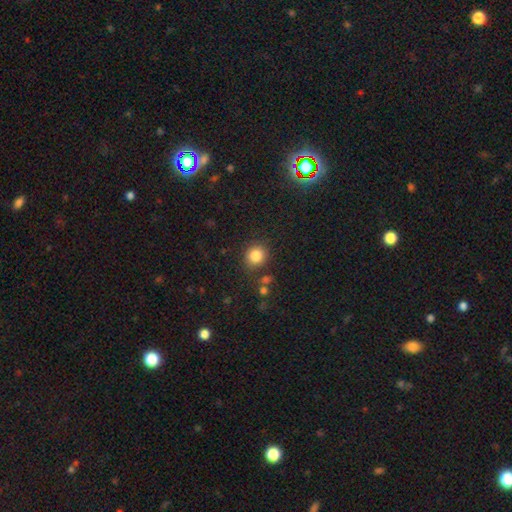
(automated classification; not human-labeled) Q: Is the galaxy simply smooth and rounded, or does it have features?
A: smooth — 84%.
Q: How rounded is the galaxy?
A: round — 84%.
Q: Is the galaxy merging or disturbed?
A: none — 83%.